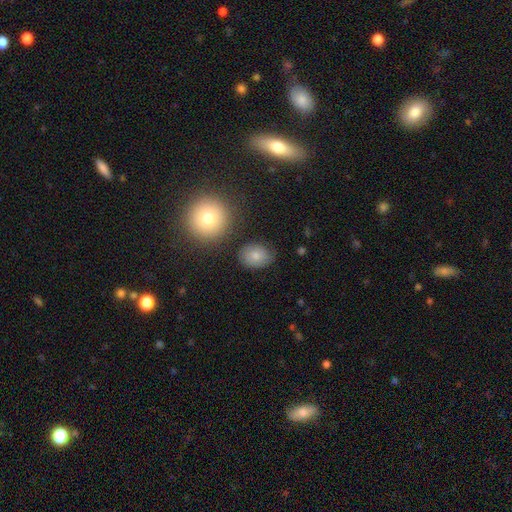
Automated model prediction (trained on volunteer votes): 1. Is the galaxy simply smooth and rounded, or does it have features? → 68% smooth, 22% featured or disk, 10% star or artifact.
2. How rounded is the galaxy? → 52% in between, 47% round, 1% cigar-shaped.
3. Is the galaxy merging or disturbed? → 77% none, 15% minor disturbance, 4% major disturbance, 4% merger.